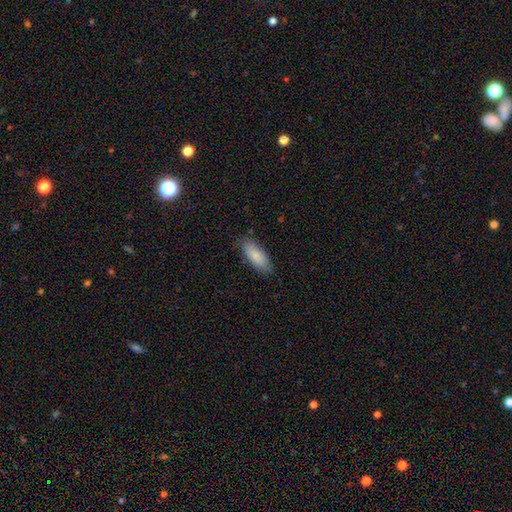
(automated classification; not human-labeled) smooth-or-featured: smooth: 84% | featured or disk: 9% | star or artifact: 6%
  how-rounded: in between: 78% | cigar-shaped: 20% | round: 2%
  merging: none: 82% | minor disturbance: 14% | major disturbance: 3% | merger: 1%